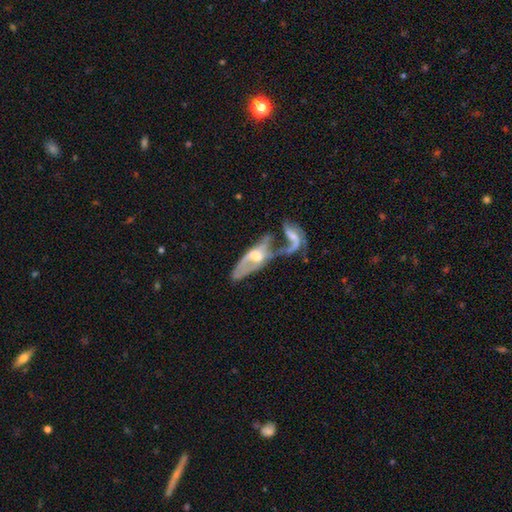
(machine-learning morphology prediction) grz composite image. It shows a featured or disk galaxy (70%) with no bar (58%), spiral arms (56%) and a moderate central bulge (61%). Merging: merger (56%).